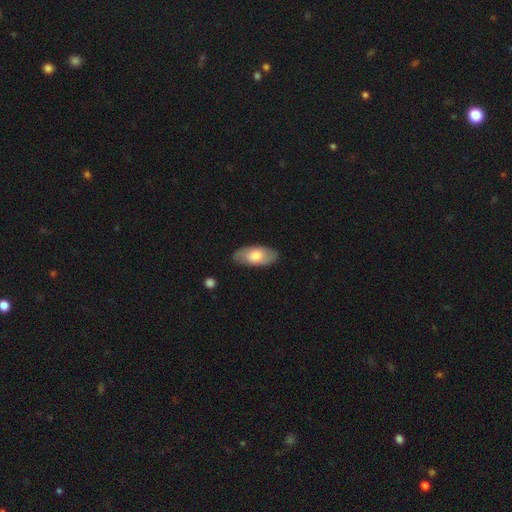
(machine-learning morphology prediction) type=smooth (65%); roundness=in between (91%); merging=none (82%).